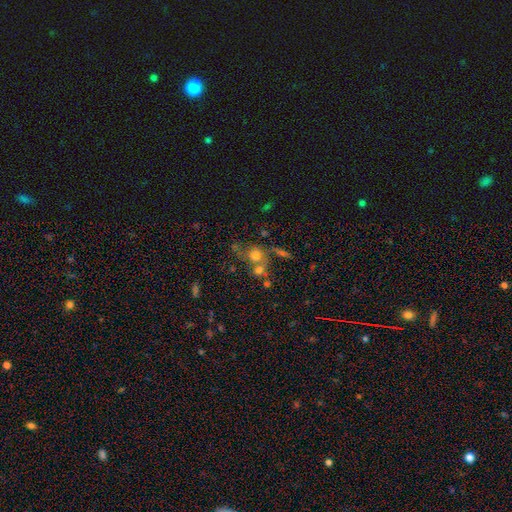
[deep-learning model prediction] Smooth or featured? smooth (62%)
How rounded? round (78%)
Merging? merger (42%)